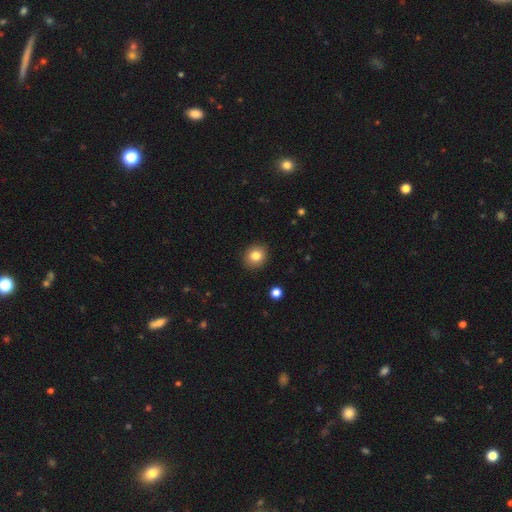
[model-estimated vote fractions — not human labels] smooth-or-featured: smooth: 82% | star or artifact: 10% | featured or disk: 8%
  how-rounded: round: 72% | in between: 27% | cigar-shaped: 1%
  merging: none: 90% | minor disturbance: 7% | major disturbance: 2% | merger: 1%